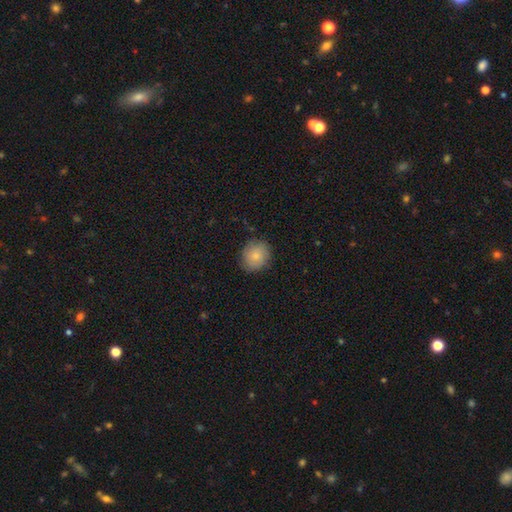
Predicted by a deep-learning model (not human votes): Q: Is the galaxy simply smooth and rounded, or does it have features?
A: smooth — 80%.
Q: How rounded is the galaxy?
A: round — 75%.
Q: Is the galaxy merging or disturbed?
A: none — 82%.